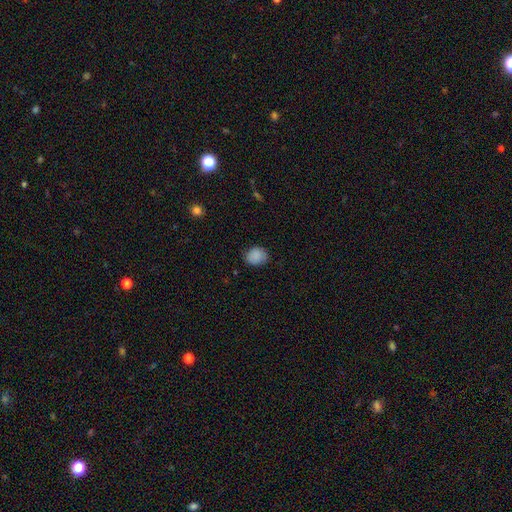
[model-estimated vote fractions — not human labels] This is clearly a smooth galaxy (87%). How rounded: possibly round (58%). Merging: likely none (78%).